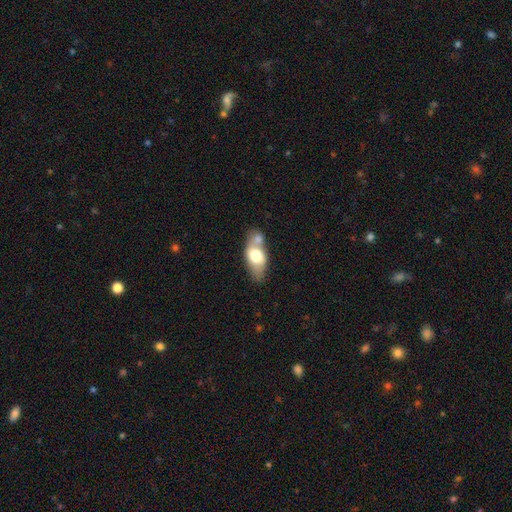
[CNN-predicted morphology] Smooth or featured? smooth (61%)
How rounded? in between (84%)
Merging? none (40%)